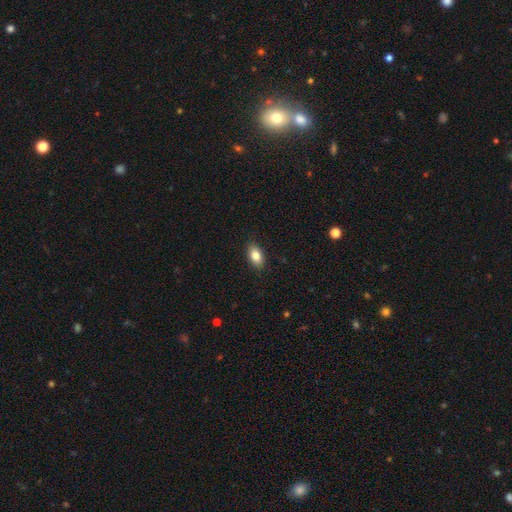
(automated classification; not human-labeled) Smooth or featured? smooth (83%)
How rounded? in between (91%)
Merging? none (89%)